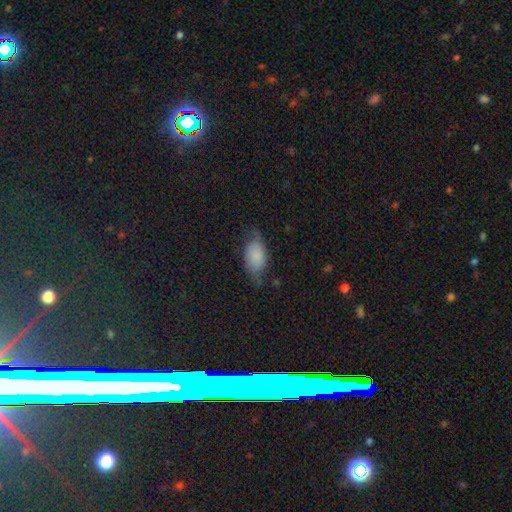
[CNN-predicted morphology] The model was most divided on "merging": none: 55%, minor disturbance: 31%, major disturbance: 12%, merger: 2%. More confident: how rounded — in between (90%); smooth or featured — smooth (71%).